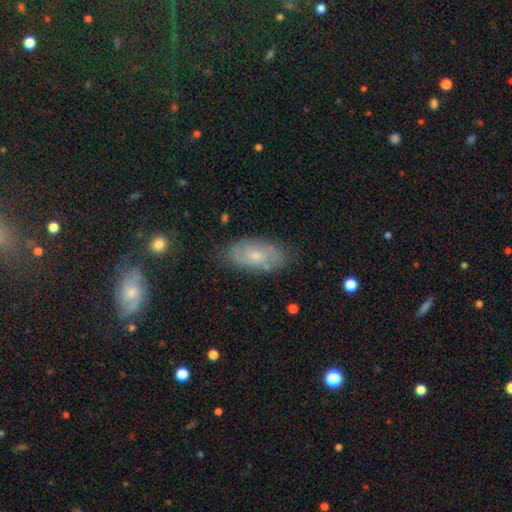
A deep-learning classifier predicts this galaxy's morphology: A featured or disk galaxy (53%). Merging: none (75%).